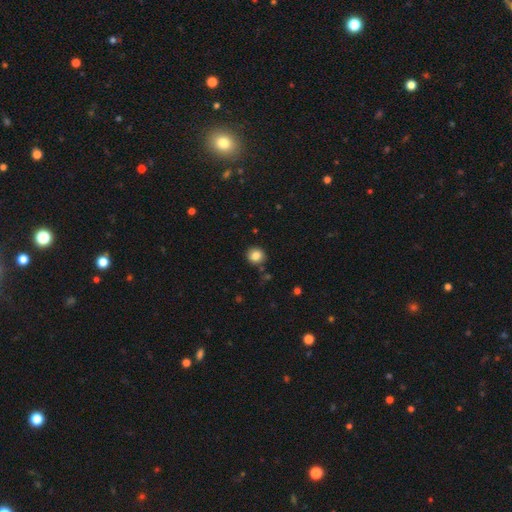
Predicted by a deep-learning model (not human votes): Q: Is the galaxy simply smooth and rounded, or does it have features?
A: smooth — 85%.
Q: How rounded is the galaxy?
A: round — 87%.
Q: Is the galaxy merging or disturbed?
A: none — 85%.